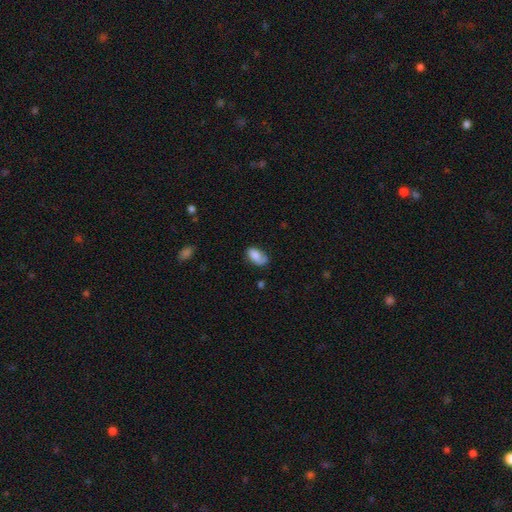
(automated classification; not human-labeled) smooth 72%, featured or disk 20%, star or artifact 8%. Down the decision tree: how rounded — in between (92%); merging — none (53%).